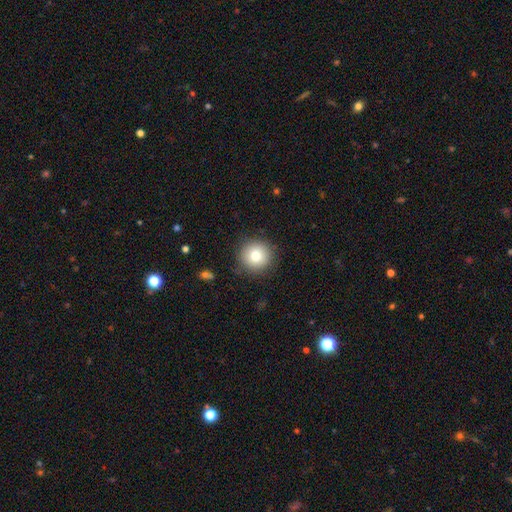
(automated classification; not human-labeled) Smooth or featured? Predicted: smooth (p=0.80). How rounded? Predicted: round (p=0.94). Merging? Predicted: none (p=0.87).